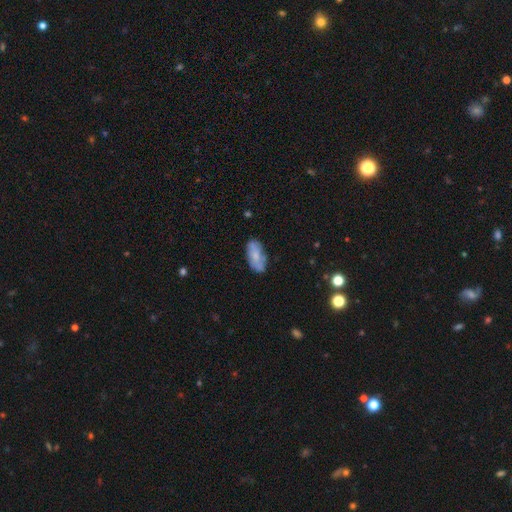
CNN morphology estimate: type=smooth (60%); roundness=in between (89%); merging=none (66%).